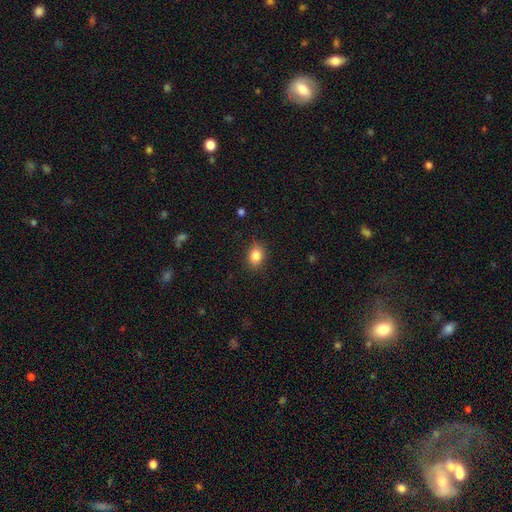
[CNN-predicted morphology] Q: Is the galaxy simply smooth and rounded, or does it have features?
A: smooth — 85%.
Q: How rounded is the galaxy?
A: in between — 65%.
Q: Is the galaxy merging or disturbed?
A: none — 84%.